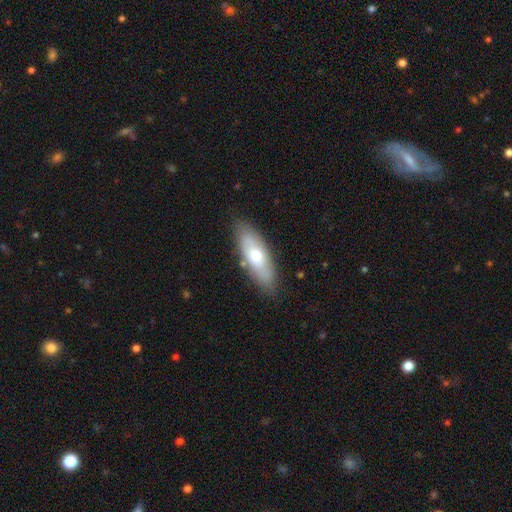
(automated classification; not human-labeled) Overall: smooth (60%; featured or disk 34%). How rounded: in between (70%). Merging: none (82%).